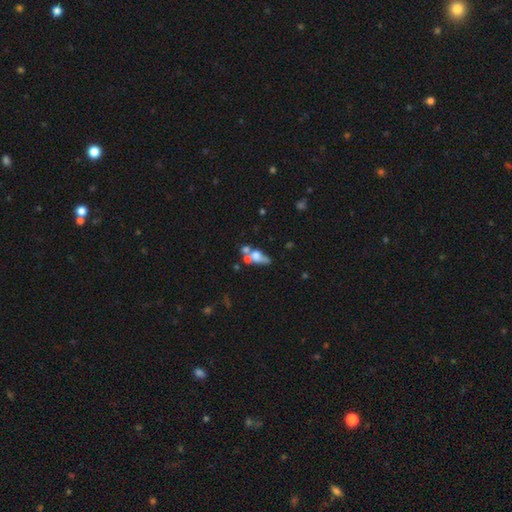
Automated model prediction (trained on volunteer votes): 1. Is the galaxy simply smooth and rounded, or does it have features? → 52% smooth, 36% featured or disk, 12% star or artifact.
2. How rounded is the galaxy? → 63% in between, 22% round, 15% cigar-shaped.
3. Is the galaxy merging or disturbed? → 46% merger, 27% none, 13% major disturbance, 13% minor disturbance.